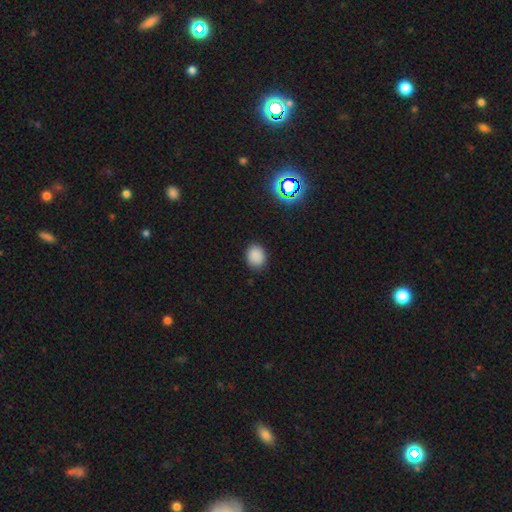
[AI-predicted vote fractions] A smooth galaxy with no disk features (85%) that is round (55%). Merging: none (83%).